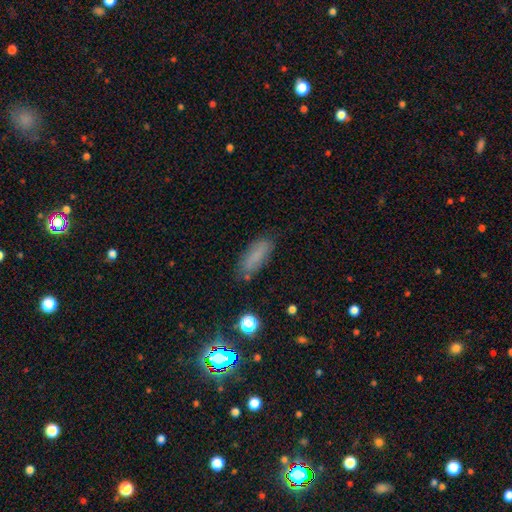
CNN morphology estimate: smooth 75%, featured or disk 13%, star or artifact 12%. Down the decision tree: how rounded — in between (65%); merging — none (76%).